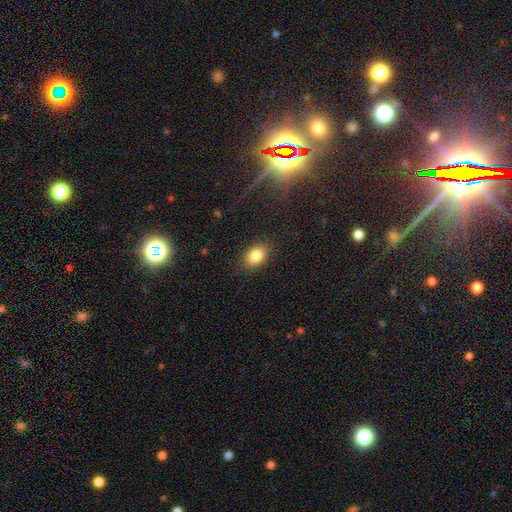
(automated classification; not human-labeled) A smooth galaxy with no disk features (83%) that is in between round and cigar-shaped (77%).

Vote fractions:
- Smooth or featured? smooth: 83% / star or artifact: 9% / featured or disk: 8%
- How rounded? in between: 77% / round: 22% / cigar-shaped: 1%
- Merging? none: 85% / minor disturbance: 11% / major disturbance: 3% / merger: 1%